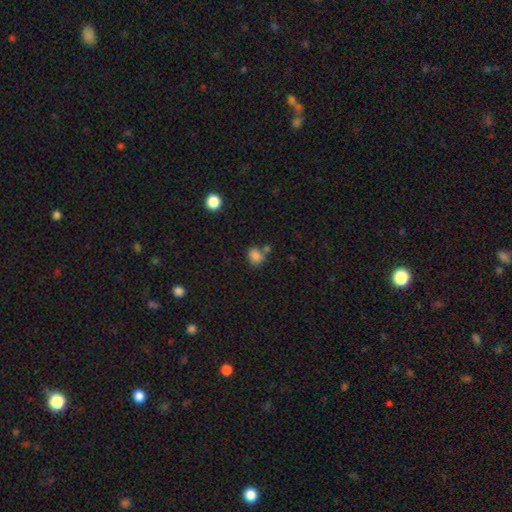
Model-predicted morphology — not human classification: Smooth or featured?
  - smooth: 83% *
  - star or artifact: 12%
  - featured or disk: 6%
How rounded?
  - round: 52% *
  - in between: 47%
  - cigar-shaped: 1%
Merging?
  - none: 58% *
  - merger: 23%
  - minor disturbance: 14%
  - major disturbance: 5%